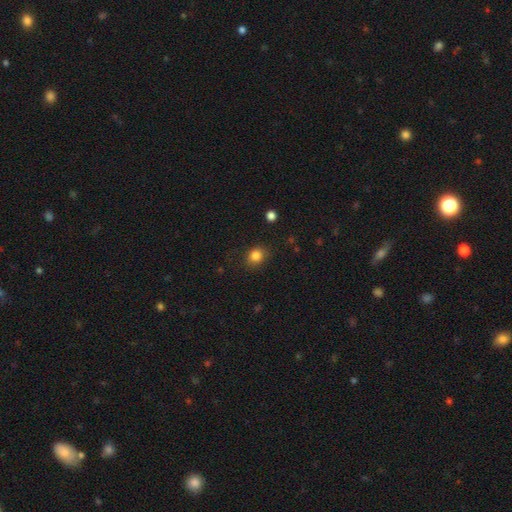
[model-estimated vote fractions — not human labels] smooth 83%, star or artifact 12%, featured or disk 5%. Down the decision tree: how rounded — round (64%); merging — none (82%).